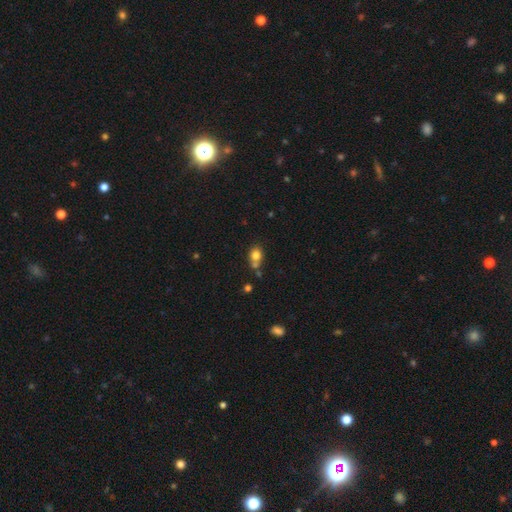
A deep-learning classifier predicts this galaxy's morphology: smooth 79%, star or artifact 12%, featured or disk 9%. Down the decision tree: how rounded — round (65%); merging — none (53%).